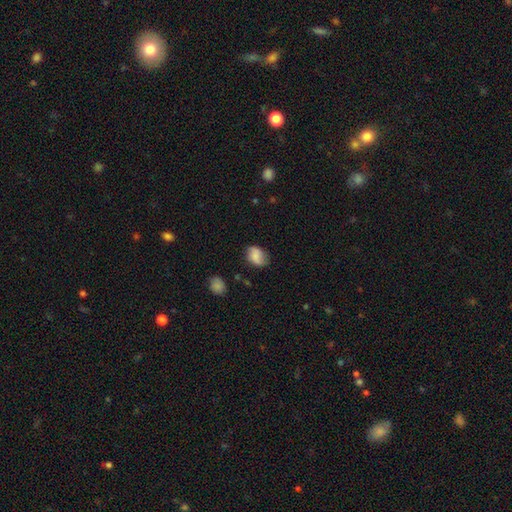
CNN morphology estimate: This appears to be a smooth galaxy with no disk features (70%) that is in between round and cigar-shaped (68%). Merging: none (67%).